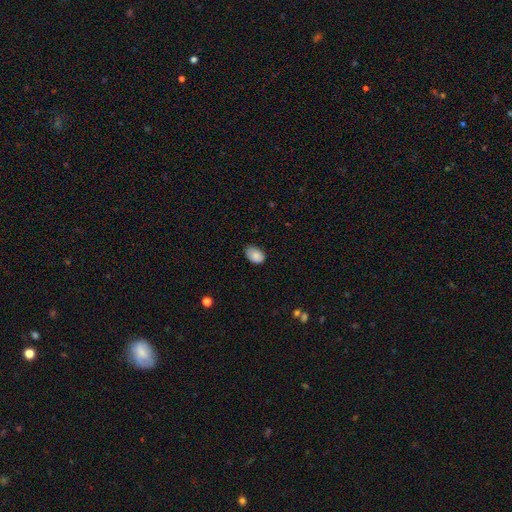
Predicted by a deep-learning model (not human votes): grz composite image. It shows a smooth galaxy with no disk features (84%) that is in between round and cigar-shaped (83%). Merging: none (71%).